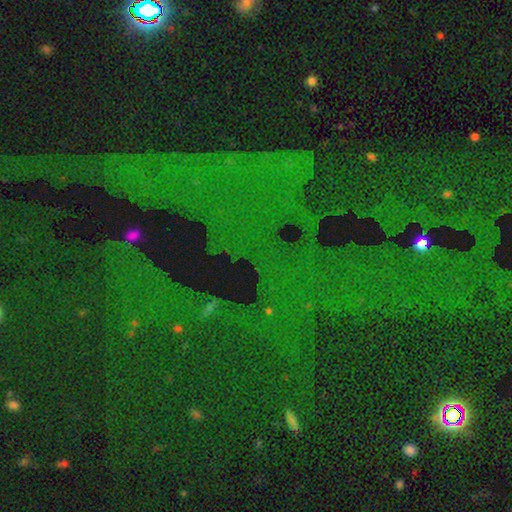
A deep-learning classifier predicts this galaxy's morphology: smooth-or-featured: star or artifact: 82% | smooth: 9% | featured or disk: 8%